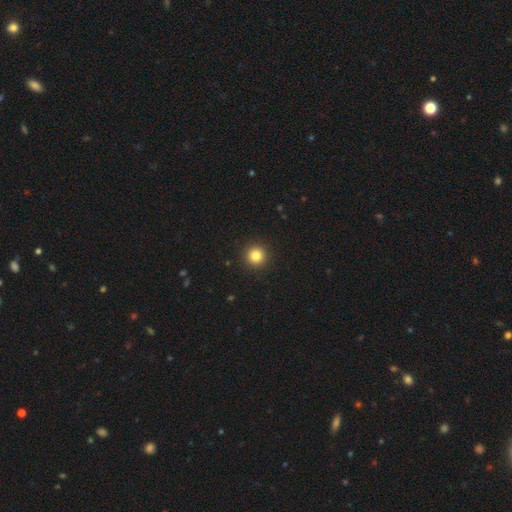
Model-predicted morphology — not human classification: This appears to be a smooth galaxy with no disk features (83%) that is round (96%). Merging: none (93%).